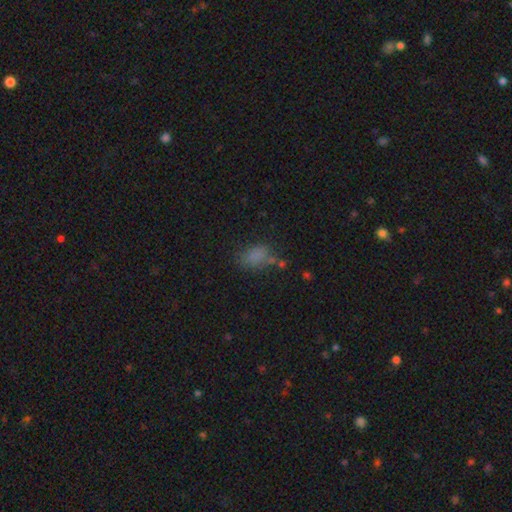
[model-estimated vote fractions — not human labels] smooth-or-featured: smooth: 74% | star or artifact: 16% | featured or disk: 10%
  how-rounded: in between: 83% | round: 14% | cigar-shaped: 3%
  merging: none: 55% | minor disturbance: 24% | major disturbance: 13% | merger: 9%